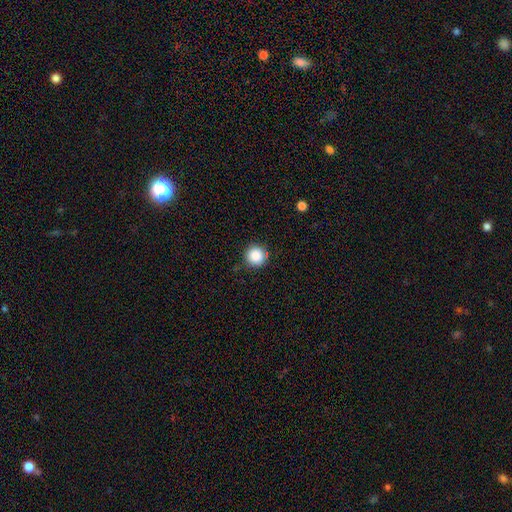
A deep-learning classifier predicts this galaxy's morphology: A smooth galaxy with no disk features (87%) that is round (96%). Merging: none (88%).